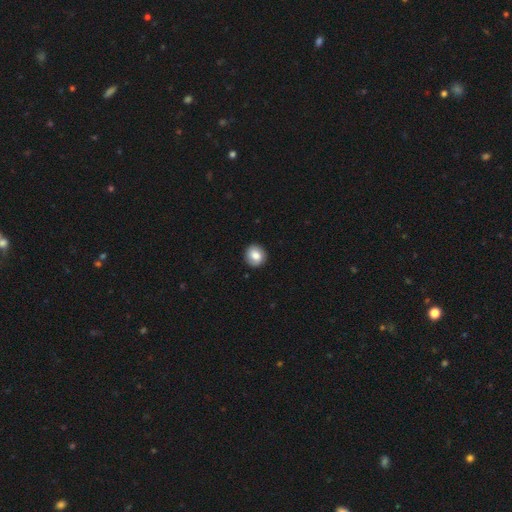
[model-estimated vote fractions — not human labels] smooth_or_featured: smooth (p=0.81) [alt: featured or disk p=0.11]
how_rounded: round (p=0.85) [alt: in between p=0.14]
merging: none (p=0.89) [alt: minor disturbance p=0.08]